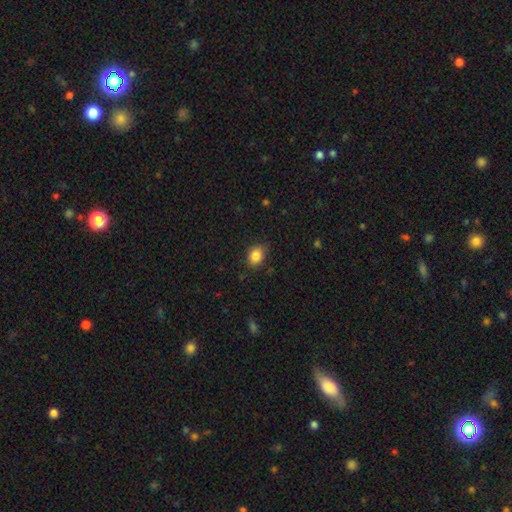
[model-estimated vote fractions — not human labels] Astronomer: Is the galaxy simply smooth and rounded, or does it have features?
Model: smooth — 85%.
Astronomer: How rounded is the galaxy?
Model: in between — 53% (runner-up: round, 46%).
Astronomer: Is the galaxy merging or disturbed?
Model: none — 78%.